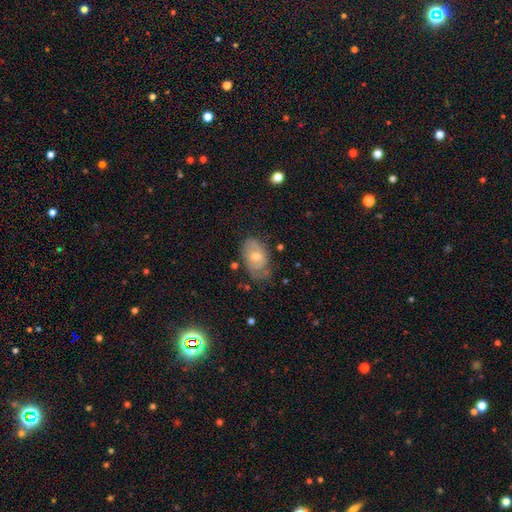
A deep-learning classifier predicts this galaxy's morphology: Smooth or featured?
  - featured or disk: 55% *
  - smooth: 34%
  - star or artifact: 11%
Edge-on disk?
  - no: 94% *
  - yes: 6%
Bar?
  - no: 71% *
  - weak: 25%
  - strong: 4%
Spiral arms?
  - yes: 71% *
  - no: 29%
Bulge size?
  - moderate: 57% *
  - small: 38%
  - large: 3%
  - none: 2%
  - dominant: 1%
Merging?
  - none: 59% *
  - minor disturbance: 28%
  - major disturbance: 10%
  - merger: 2%